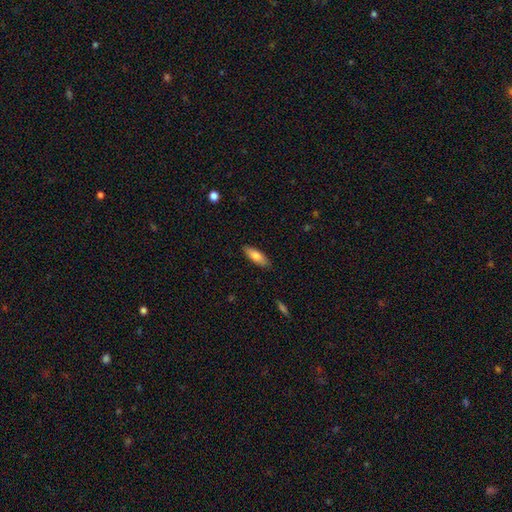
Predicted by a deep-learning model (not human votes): This appears to be a smooth galaxy with no disk features (77%) that is in between round and cigar-shaped (63%). Merging: none (87%).